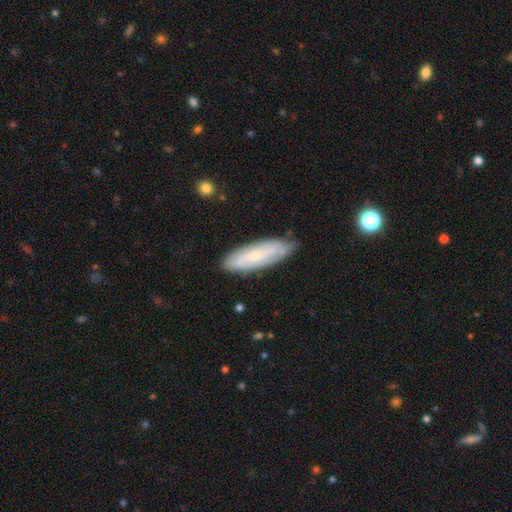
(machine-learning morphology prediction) Smooth or featured?
  - smooth: 48% *
  - featured or disk: 46%
  - star or artifact: 7%
Merging?
  - none: 78% *
  - minor disturbance: 17%
  - major disturbance: 3%
  - merger: 2%